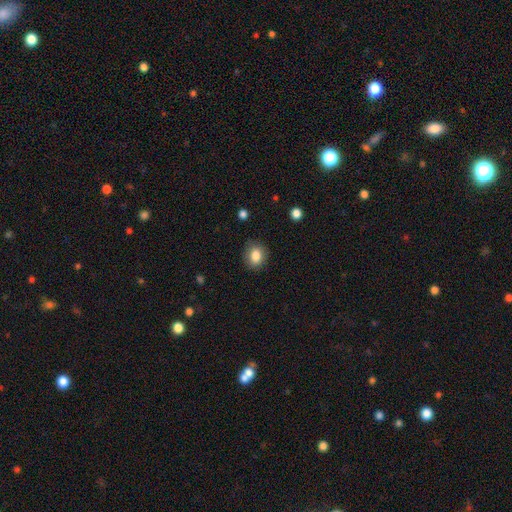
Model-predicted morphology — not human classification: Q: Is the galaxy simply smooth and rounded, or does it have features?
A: smooth — 85%.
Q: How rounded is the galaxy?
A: round — 53%.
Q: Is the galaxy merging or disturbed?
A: none — 84%.